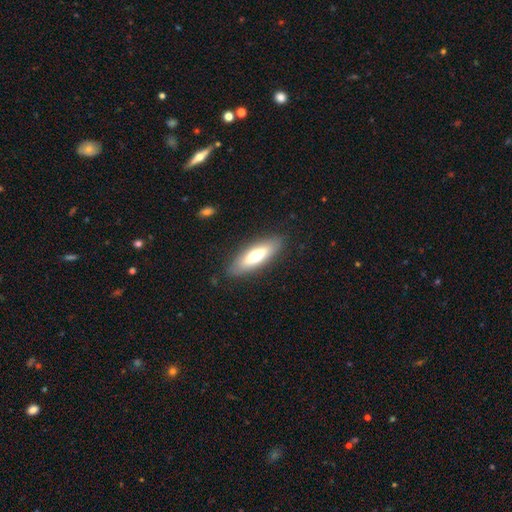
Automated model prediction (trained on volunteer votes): A smooth galaxy with no disk features (63%) that is in between round and cigar-shaped (50%).

Vote fractions:
- Smooth or featured? smooth: 63% / featured or disk: 31% / star or artifact: 6%
- How rounded? in between: 50% / cigar-shaped: 48% / round: 2%
- Merging? none: 86% / minor disturbance: 10% / major disturbance: 3% / merger: 1%